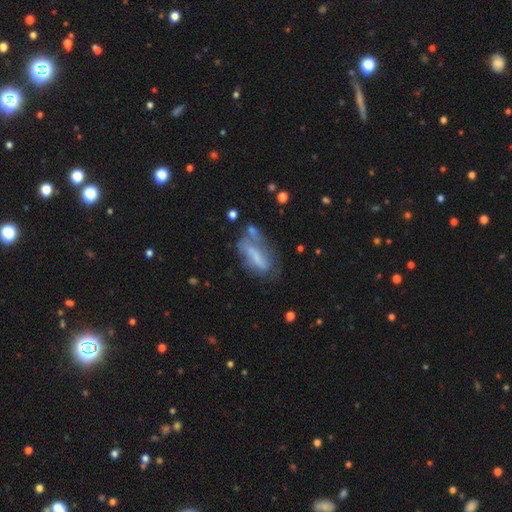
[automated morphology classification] The model was most divided on "smooth or featured": smooth: 48%, featured or disk: 42%, star or artifact: 10%. Remaining: merging — none (39%).